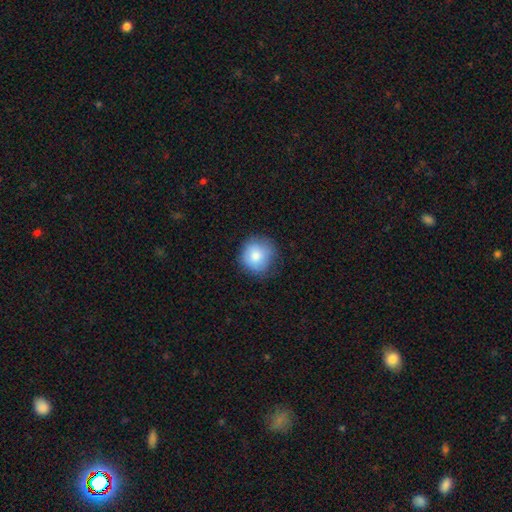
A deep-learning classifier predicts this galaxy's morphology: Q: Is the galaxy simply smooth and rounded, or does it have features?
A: smooth — 80%.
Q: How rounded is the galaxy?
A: round — 89%.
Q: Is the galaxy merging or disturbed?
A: none — 74%.